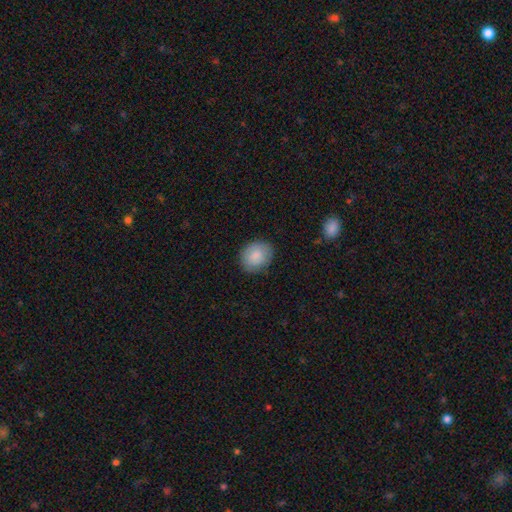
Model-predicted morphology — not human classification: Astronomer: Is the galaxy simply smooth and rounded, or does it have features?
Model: smooth — 86%.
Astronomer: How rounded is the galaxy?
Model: round — 55% (runner-up: in between, 44%).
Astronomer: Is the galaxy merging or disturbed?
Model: none — 83%.